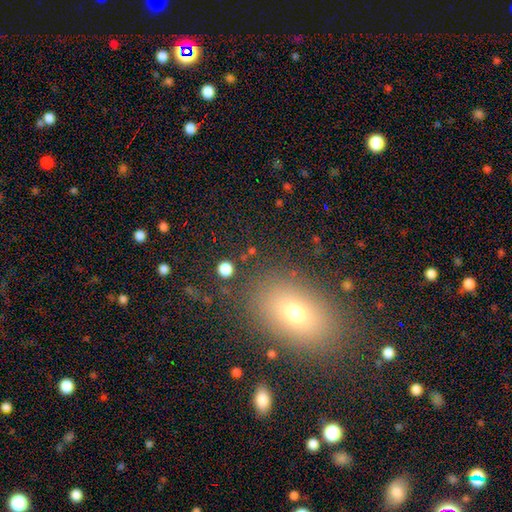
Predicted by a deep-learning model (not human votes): Smooth or featured? Predicted: smooth (p=0.63). How rounded? Predicted: in between (p=0.80). Merging? Predicted: none (p=0.85).